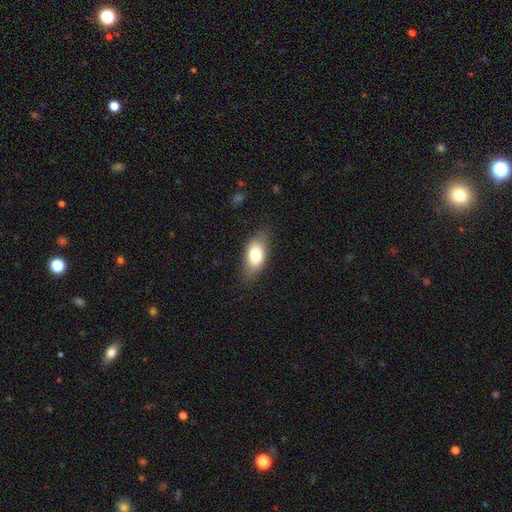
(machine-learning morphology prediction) This is likely a smooth galaxy (77%). How rounded: clearly in between (88%). Merging: likely none (77%).